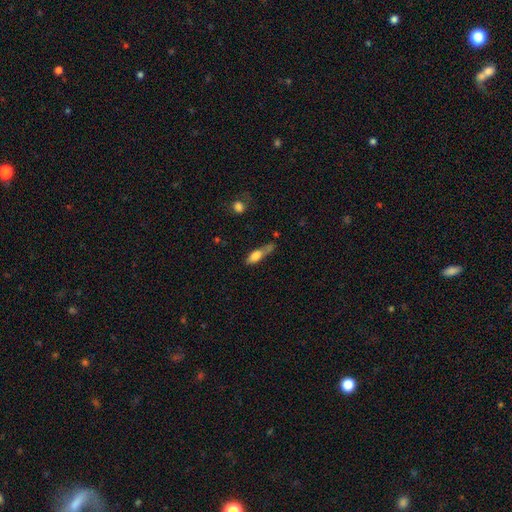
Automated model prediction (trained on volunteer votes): Smooth or featured: smooth — 72% (featured or disk — 19%)
How rounded: in between — 56% (cigar-shaped — 40%)
Merging: none — 33% (minor disturbance — 30%)